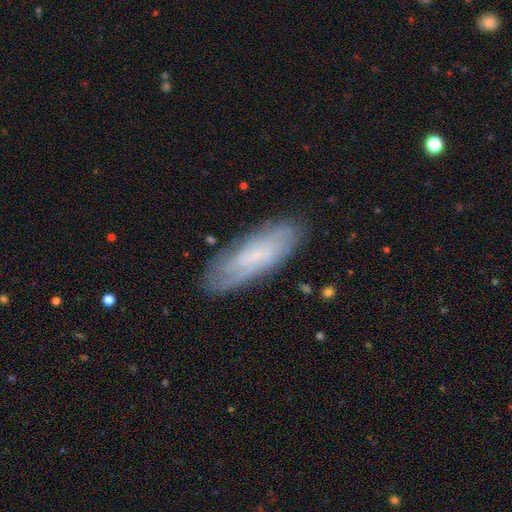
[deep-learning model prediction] Smooth or featured? Predicted: featured or disk (p=0.50). Edge-on disk? Predicted: no (p=0.78). Merging? Predicted: none (p=0.80).